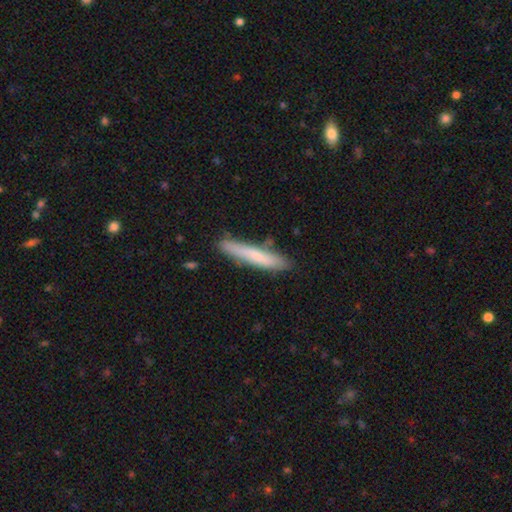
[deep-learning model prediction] smooth-or-featured: smooth: 70% | featured or disk: 24% | star or artifact: 6%
  how-rounded: cigar-shaped: 92% | in between: 7% | round: 1%
  merging: none: 79% | minor disturbance: 15% | merger: 3% | major disturbance: 3%